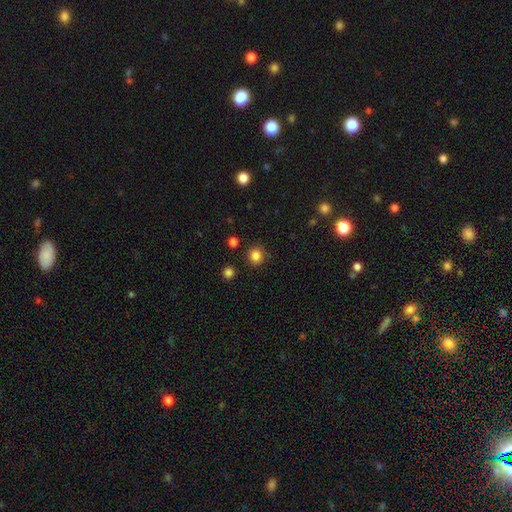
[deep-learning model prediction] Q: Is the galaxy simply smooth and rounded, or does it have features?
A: smooth — 83%.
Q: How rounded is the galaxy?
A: round — 89%.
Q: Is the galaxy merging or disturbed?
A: none — 87%.